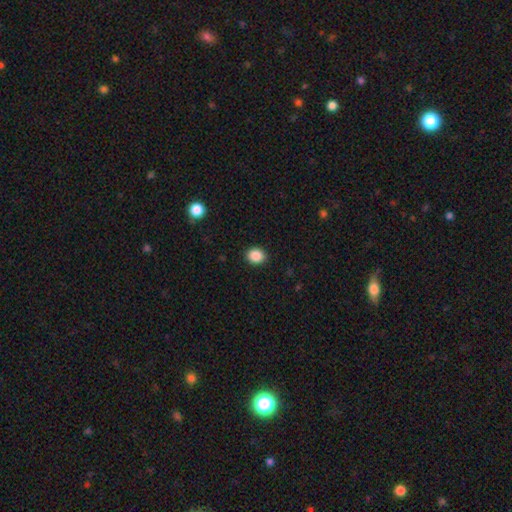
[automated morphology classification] Smooth or featured: smooth — 88% (star or artifact — 9%)
How rounded: round — 62% (in between — 37%)
Merging: none — 90% (minor disturbance — 7%)